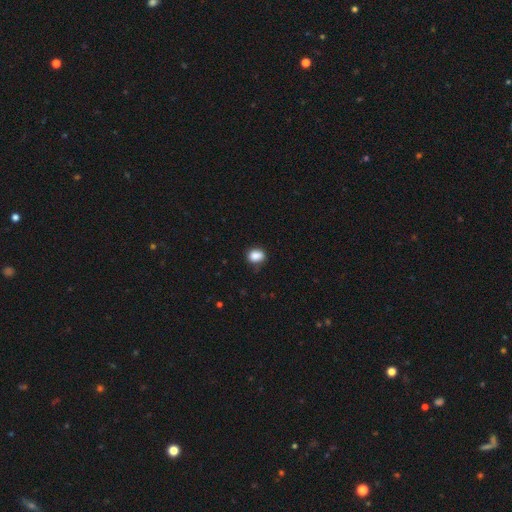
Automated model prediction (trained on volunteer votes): Smooth or featured: smooth — 85% (star or artifact — 9%)
How rounded: in between — 56% (round — 43%)
Merging: none — 68% (minor disturbance — 25%)